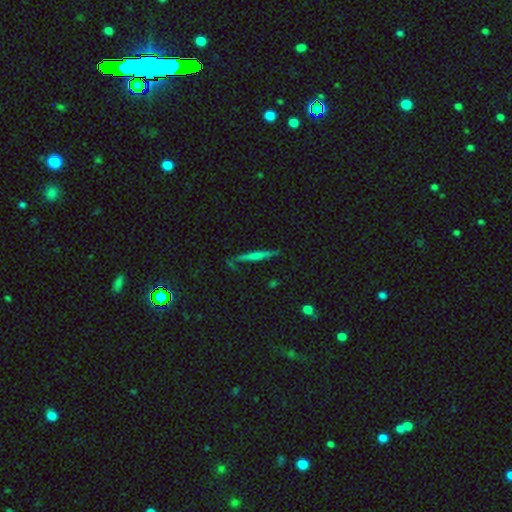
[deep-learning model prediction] This is possibly a smooth galaxy (50%). How rounded: clearly cigar-shaped (93%). Merging: clearly none (81%).